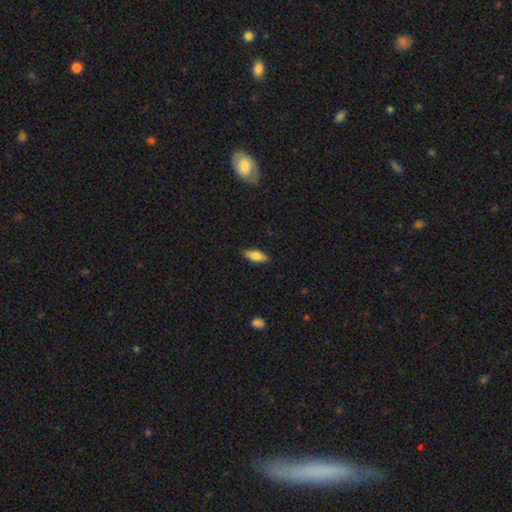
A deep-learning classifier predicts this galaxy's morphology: Smooth or featured?
  - smooth: 75% *
  - featured or disk: 18%
  - star or artifact: 7%
How rounded?
  - in between: 68% *
  - cigar-shaped: 29%
  - round: 2%
Merging?
  - none: 88% *
  - minor disturbance: 10%
  - major disturbance: 2%
  - merger: 1%